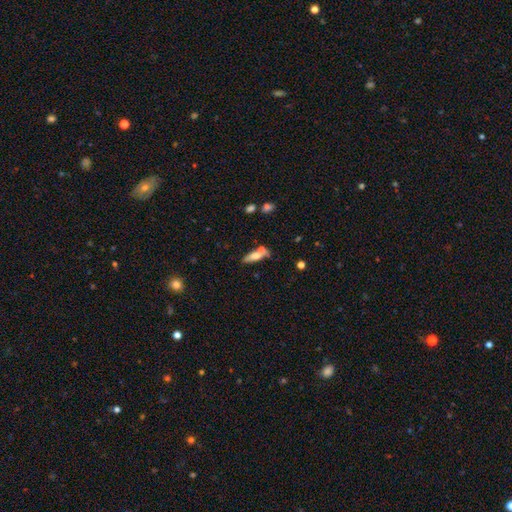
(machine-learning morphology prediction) A smooth galaxy with no disk features (67%) that is in between round and cigar-shaped (52%). Merging: none (47%).